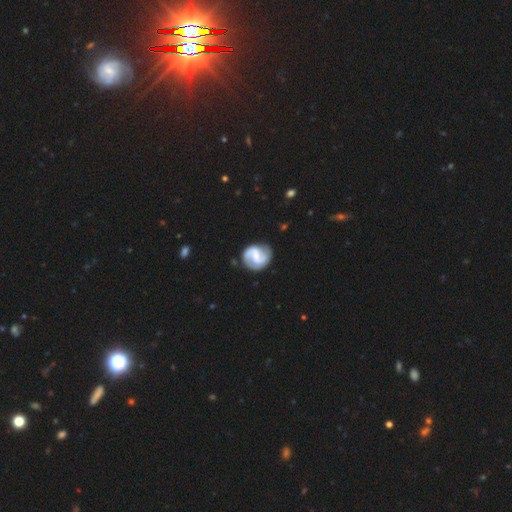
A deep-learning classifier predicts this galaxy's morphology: Q: Smooth or featured?
A: featured or disk (78%); runner-up: smooth (17%)
Q: Edge-on disk?
A: no (98%); runner-up: yes (2%)
Q: Bar?
A: weak (46%); runner-up: strong (33%)
Q: Spiral arms?
A: yes (93%); runner-up: no (7%)
Q: Spiral winding?
A: medium (44%); runner-up: loose (31%)
Q: Spiral arm count?
A: 2 (87%); runner-up: can't tell (5%)
Q: Bulge size?
A: none (36%); tied with: small (36%)
Q: Merging?
A: none (74%); runner-up: minor disturbance (17%)